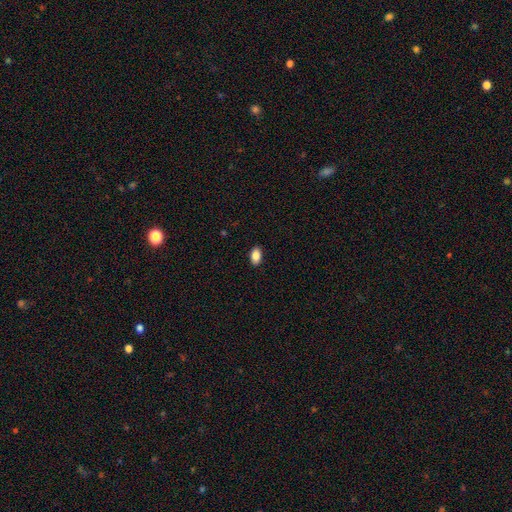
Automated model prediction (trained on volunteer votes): A smooth galaxy with no disk features (87%) that is in between round and cigar-shaped (91%). Merging: none (90%).